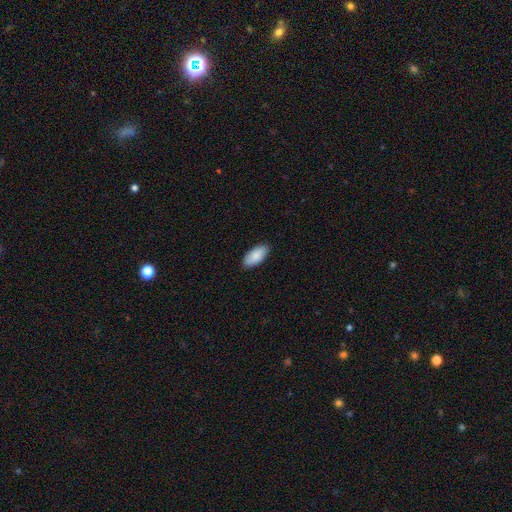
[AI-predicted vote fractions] Smooth or featured? Predicted: smooth (p=0.89). How rounded? Predicted: in between (p=0.93). Merging? Predicted: none (p=0.88).